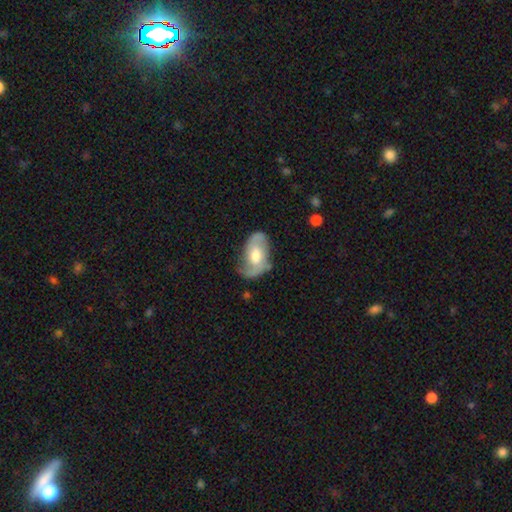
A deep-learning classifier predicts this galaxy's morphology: Smooth or featured?
  - featured or disk: 68% *
  - smooth: 27%
  - star or artifact: 6%
Edge-on disk?
  - no: 95% *
  - yes: 5%
Bar?
  - no: 56% *
  - weak: 35%
  - strong: 9%
Spiral arms?
  - yes: 82% *
  - no: 18%
Spiral winding?
  - medium: 42% *
  - loose: 35%
  - tight: 23%
Spiral arm count?
  - 2: 73% *
  - 1: 13%
  - can't tell: 11%
  - 3: 2%
  - 4: 1%
  - more than 4: 1%
Bulge size?
  - moderate: 68% *
  - large: 16%
  - small: 12%
  - none: 2%
  - dominant: 1%
Merging?
  - none: 57% *
  - minor disturbance: 27%
  - major disturbance: 13%
  - merger: 2%